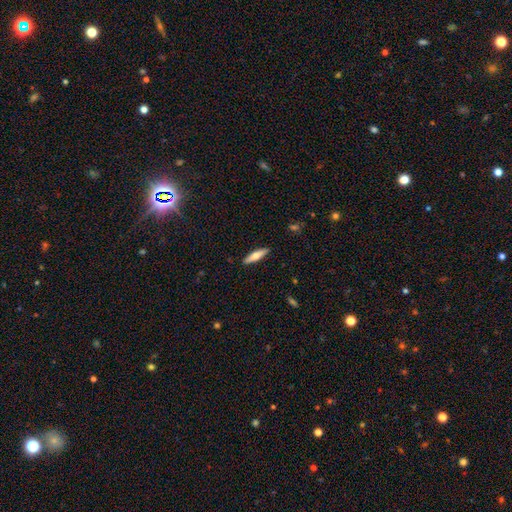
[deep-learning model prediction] smooth_or_featured: smooth (p=0.56) [alt: featured or disk p=0.38]
how_rounded: cigar-shaped (p=0.74) [alt: in between p=0.24]
merging: none (p=0.91) [alt: minor disturbance p=0.07]